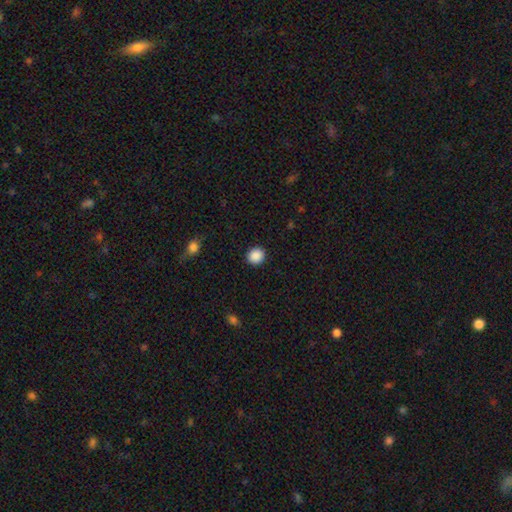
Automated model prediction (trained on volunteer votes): Q: Smooth or featured?
A: smooth (89%); runner-up: star or artifact (8%)
Q: How rounded?
A: round (84%); runner-up: in between (15%)
Q: Merging?
A: none (91%); runner-up: minor disturbance (6%)